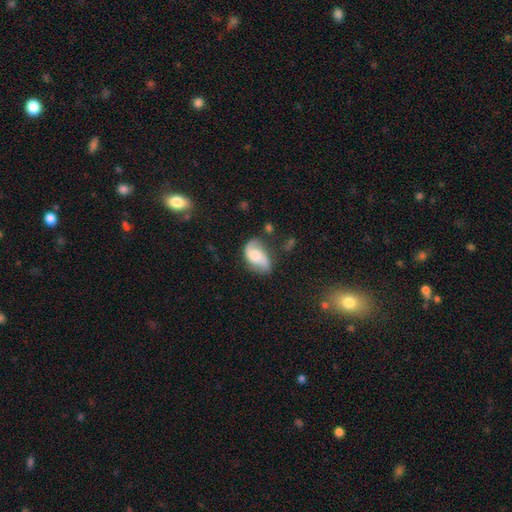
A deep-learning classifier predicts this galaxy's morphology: This appears to be a featured or disk galaxy (69%) with no bar (58%), 2 (88%) loose (55%) spiral arms (93%) and a moderate central bulge (48%). Merging: none (60%).